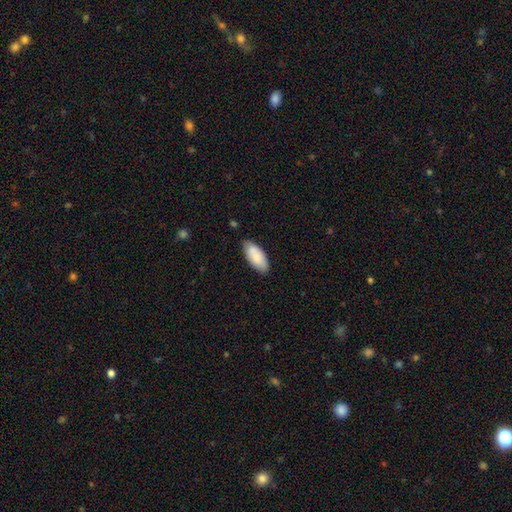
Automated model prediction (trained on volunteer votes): smooth-or-featured: smooth: 85% | featured or disk: 9% | star or artifact: 6%
  how-rounded: in between: 90% | cigar-shaped: 9% | round: 2%
  merging: none: 78% | minor disturbance: 17% | major disturbance: 3% | merger: 2%